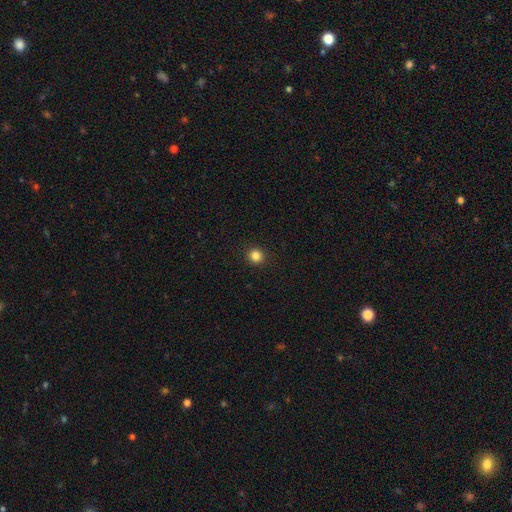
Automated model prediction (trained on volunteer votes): Smooth or featured?
  - smooth: 84% *
  - star or artifact: 12%
  - featured or disk: 4%
How rounded?
  - round: 94% *
  - in between: 5%
  - cigar-shaped: 1%
Merging?
  - none: 93% *
  - minor disturbance: 4%
  - major disturbance: 2%
  - merger: 1%